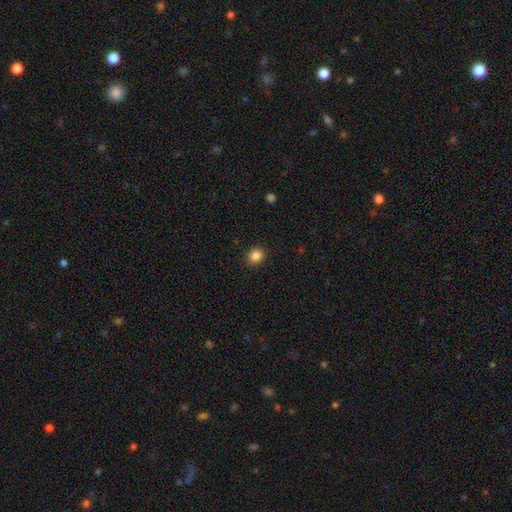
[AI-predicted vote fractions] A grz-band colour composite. It shows a smooth galaxy with no disk features (86%) that is round (79%). Merging: none (91%).